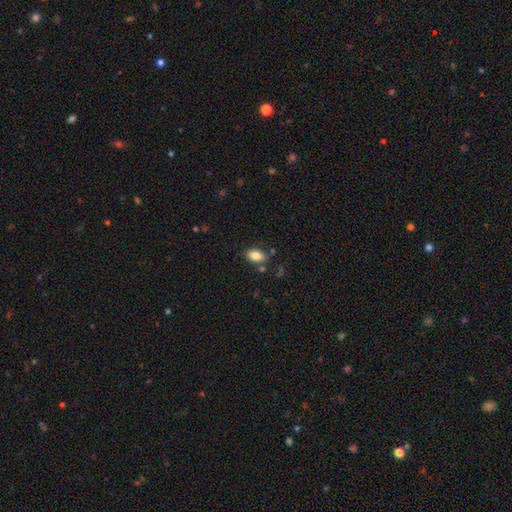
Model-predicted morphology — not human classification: type=smooth (83%); roundness=in between (90%); merging=none (80%).